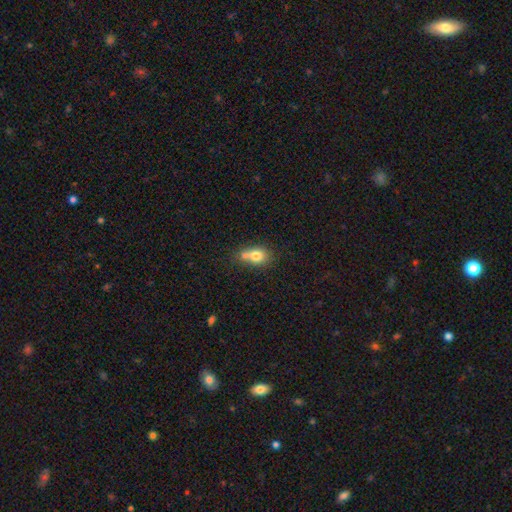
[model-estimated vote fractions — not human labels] This appears to be a smooth galaxy with no disk features (74%) that is in between round and cigar-shaped (53%). Merging: merger (50%).